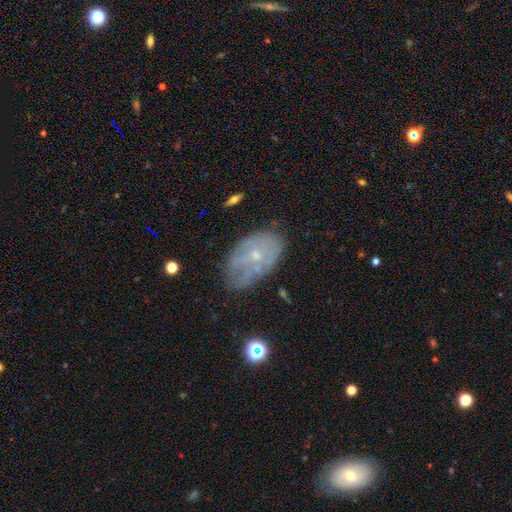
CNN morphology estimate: The model was most divided on "spiral arms": no: 53%, yes: 47%. More confident: edge-on disk — no (94%); bar — no (83%); bulge size — small (72%); smooth or featured — featured or disk (57%); merging — none (54%).